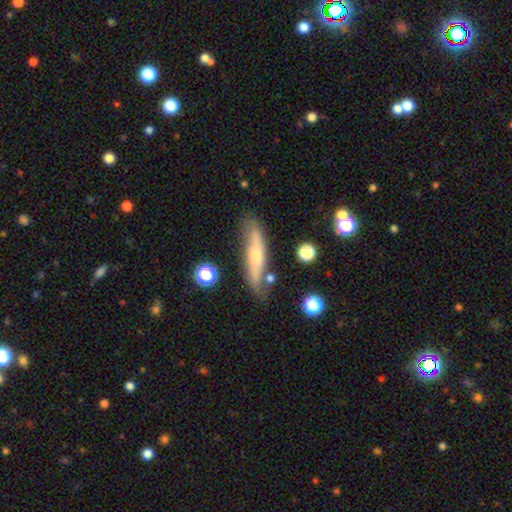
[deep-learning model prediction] Smooth or featured?
  - featured or disk: 51% *
  - smooth: 42%
  - star or artifact: 7%
Edge-on disk?
  - yes: 66% *
  - no: 34%
Merging?
  - none: 71% *
  - minor disturbance: 20%
  - merger: 5%
  - major disturbance: 5%